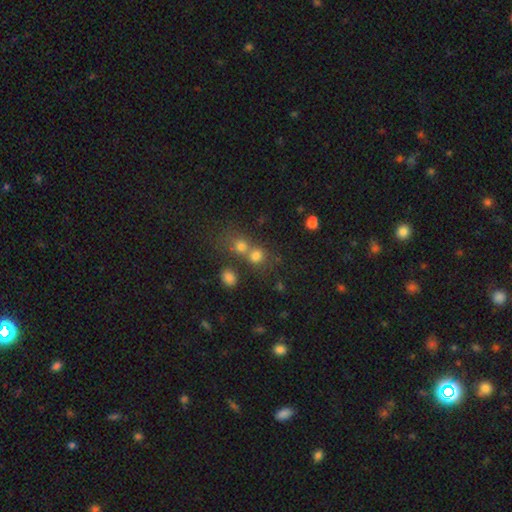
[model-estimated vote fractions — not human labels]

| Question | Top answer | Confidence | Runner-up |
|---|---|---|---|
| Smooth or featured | smooth | 73% | star or artifact (17%) |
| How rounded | round | 80% | in between (19%) |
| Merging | none | 45% | merger (43%) |